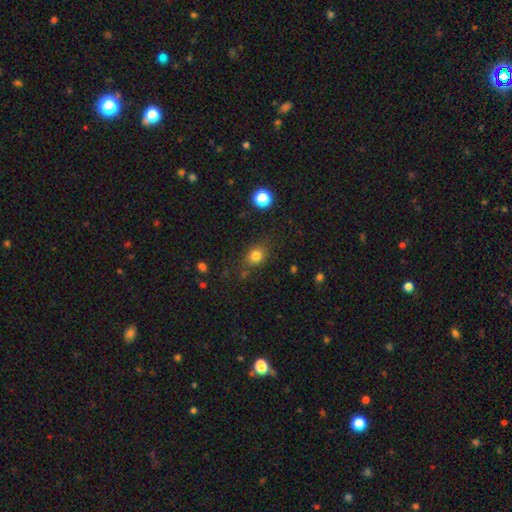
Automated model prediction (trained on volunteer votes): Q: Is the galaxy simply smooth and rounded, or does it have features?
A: smooth — 80%.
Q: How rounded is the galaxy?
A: round — 60%.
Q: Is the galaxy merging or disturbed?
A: none — 76%.